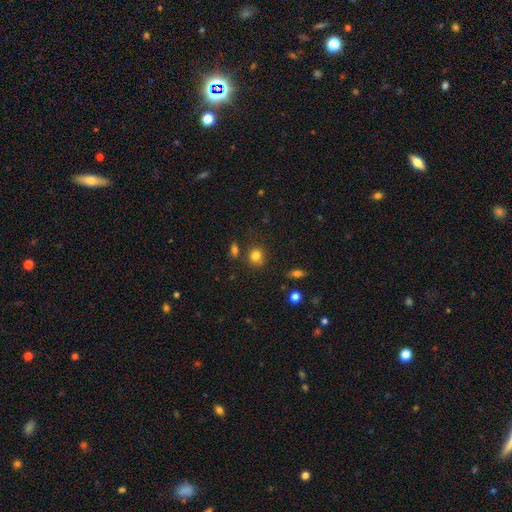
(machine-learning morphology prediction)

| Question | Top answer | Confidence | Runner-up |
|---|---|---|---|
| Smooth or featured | smooth | 81% | star or artifact (12%) |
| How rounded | round | 78% | in between (21%) |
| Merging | none | 78% | minor disturbance (12%) |